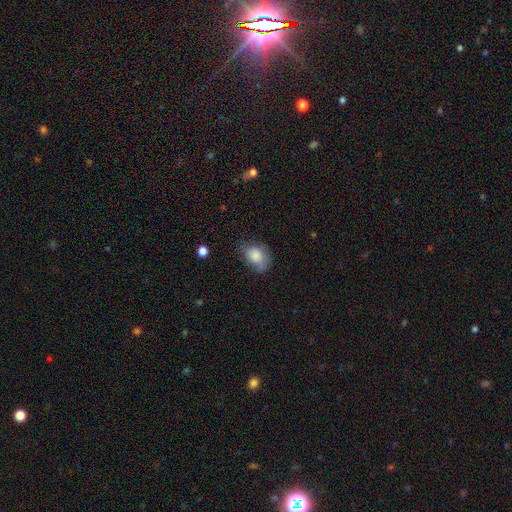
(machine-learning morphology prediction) Smooth or featured? Predicted: smooth (p=0.81). How rounded? Predicted: in between (p=0.71). Merging? Predicted: none (p=0.51).